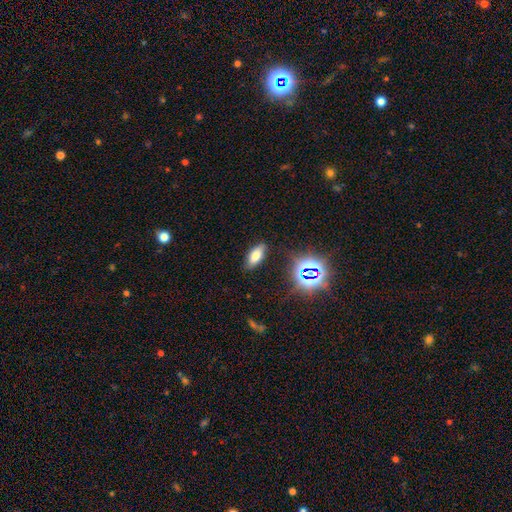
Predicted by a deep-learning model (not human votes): smooth 68%, star or artifact 18%, featured or disk 14%. Down the decision tree: how rounded — in between (80%); merging — none (86%).